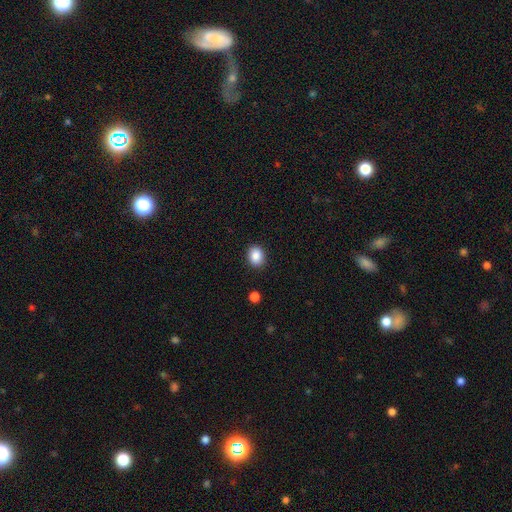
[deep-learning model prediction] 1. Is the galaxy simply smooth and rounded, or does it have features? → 88% smooth, 8% star or artifact, 4% featured or disk.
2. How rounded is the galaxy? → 53% in between, 46% round, 1% cigar-shaped.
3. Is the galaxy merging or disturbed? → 89% none, 8% minor disturbance, 2% major disturbance, 1% merger.